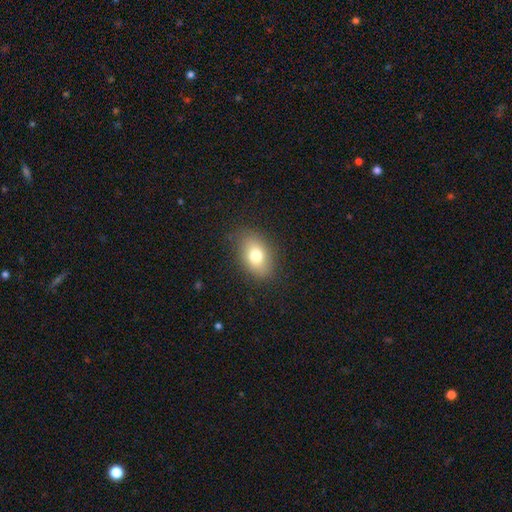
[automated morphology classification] Smooth or featured?
  - smooth: 76% *
  - featured or disk: 14%
  - star or artifact: 9%
How rounded?
  - in between: 82% *
  - round: 17%
  - cigar-shaped: 1%
Merging?
  - none: 83% *
  - minor disturbance: 12%
  - major disturbance: 4%
  - merger: 1%